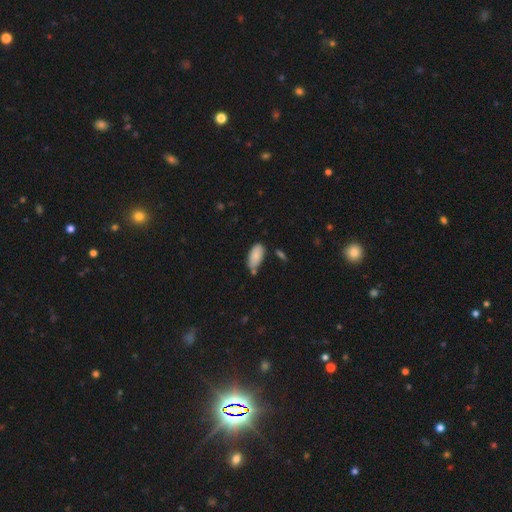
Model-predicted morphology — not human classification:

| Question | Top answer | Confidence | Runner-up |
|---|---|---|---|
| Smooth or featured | smooth | 85% | featured or disk (8%) |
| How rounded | in between | 92% | cigar-shaped (6%) |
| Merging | none | 61% | minor disturbance (24%) |